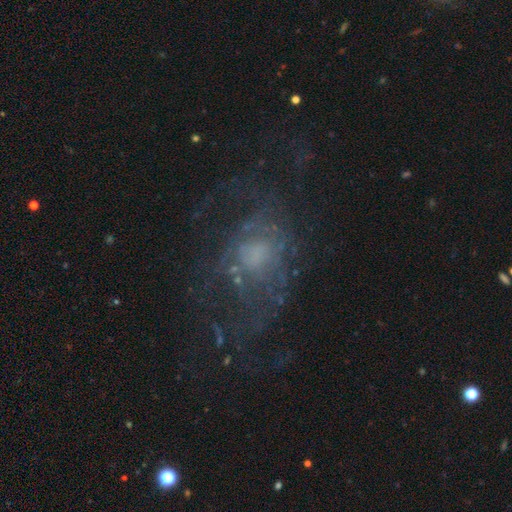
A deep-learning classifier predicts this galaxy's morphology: smooth_or_featured: featured or disk (p=0.60) [alt: smooth p=0.22]
disk_edge_on: no (p=0.96) [alt: yes p=0.04]
bar: no (p=0.82) [alt: weak p=0.15]
has_spiral_arms: no (p=0.52) [alt: yes p=0.48]
bulge_size: moderate (p=0.36) [alt: small p=0.31]
merging: none (p=0.53) [alt: major disturbance p=0.28]